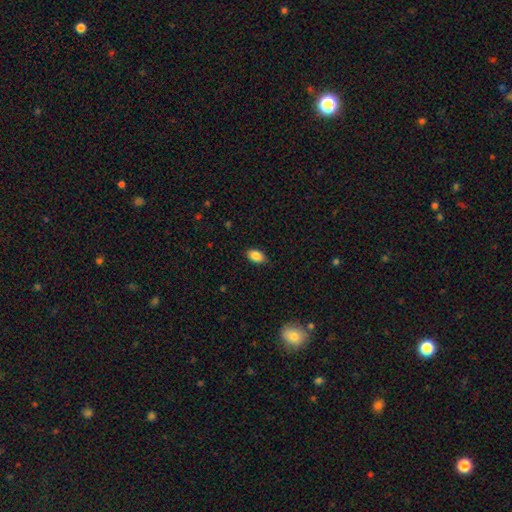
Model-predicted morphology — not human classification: This appears to be a smooth galaxy with no disk features (86%) that is in between round and cigar-shaped (86%). Merging: none (82%).